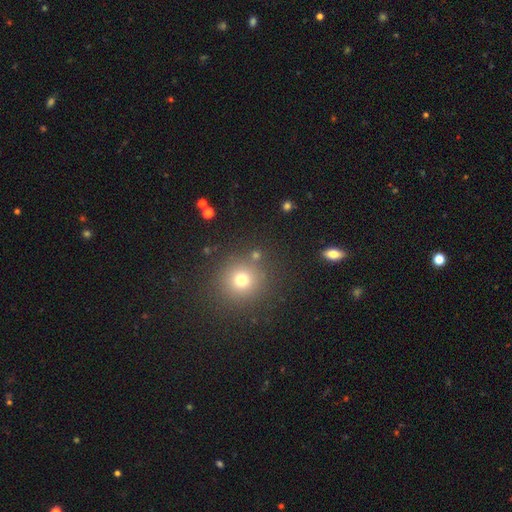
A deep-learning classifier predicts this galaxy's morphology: Smooth or featured? Predicted: smooth (p=0.68). How rounded? Predicted: round (p=0.92). Merging? Predicted: none (p=0.84).